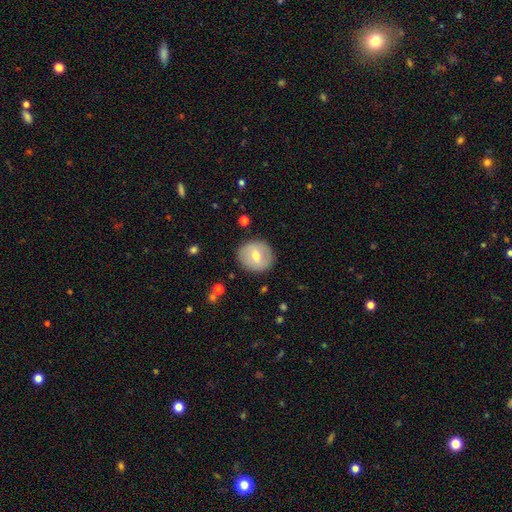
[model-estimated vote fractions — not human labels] This appears to be a smooth galaxy with no disk features (59%) that is round (87%). Merging: none (88%).